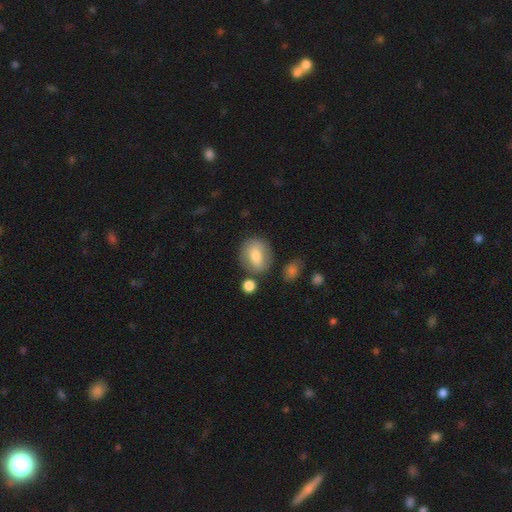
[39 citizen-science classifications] Morphology: type=smooth (69%); roundness=round (67%); merging=none (69%).